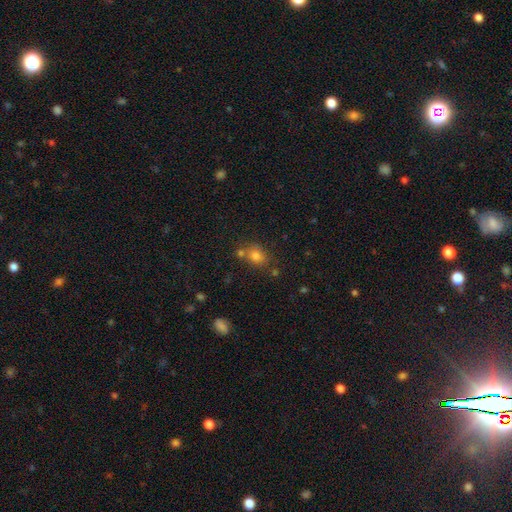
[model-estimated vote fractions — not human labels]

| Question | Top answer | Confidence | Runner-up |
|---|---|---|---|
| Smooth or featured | smooth | 76% | star or artifact (15%) |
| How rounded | round | 54% | in between (45%) |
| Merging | none | 62% | merger (20%) |